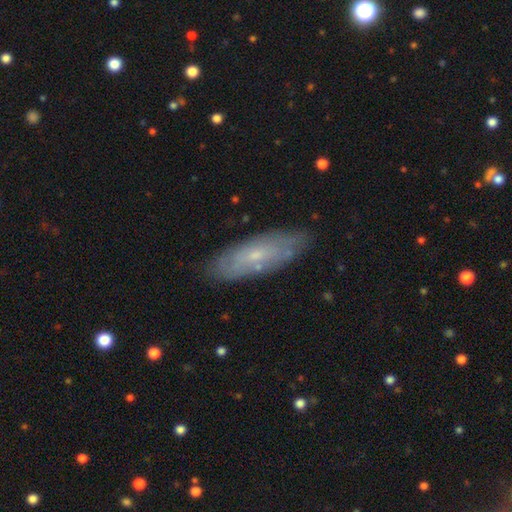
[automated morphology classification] A featured or disk galaxy (54%).

Vote fractions:
- Smooth or featured? featured or disk: 54% / smooth: 39% / star or artifact: 7%
- Edge-on disk? no: 75% / yes: 25%
- Merging? none: 81% / minor disturbance: 15% / major disturbance: 3% / merger: 2%